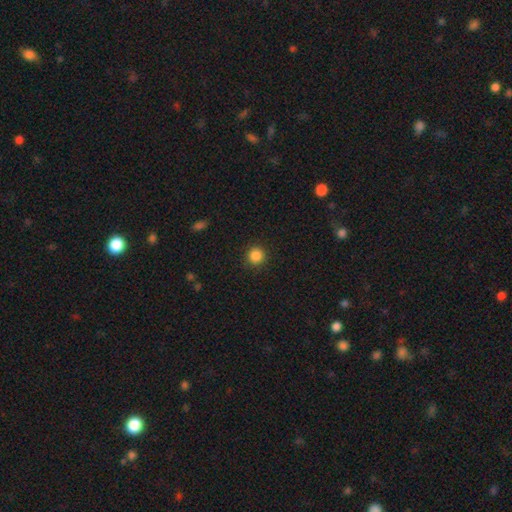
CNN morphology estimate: A smooth galaxy with no disk features (86%) that is round (94%).

Vote fractions:
- Smooth or featured? smooth: 86% / star or artifact: 11% / featured or disk: 3%
- How rounded? round: 94% / in between: 5% / cigar-shaped: 1%
- Merging? none: 91% / minor disturbance: 6% / major disturbance: 2% / merger: 1%